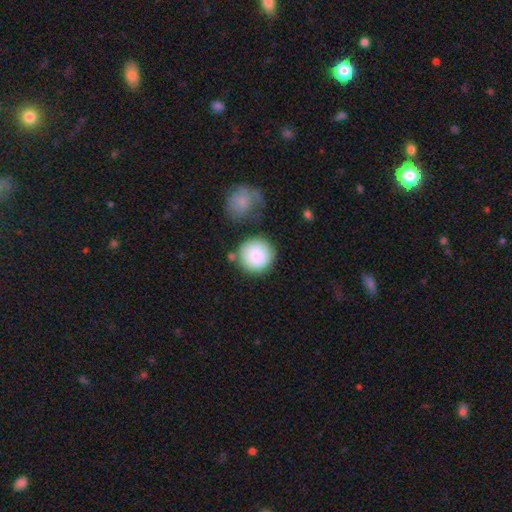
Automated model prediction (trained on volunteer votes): smooth-or-featured: smooth: 87% | featured or disk: 7% | star or artifact: 6%
  how-rounded: round: 94% | in between: 5% | cigar-shaped: 1%
  merging: none: 74% | minor disturbance: 13% | merger: 9% | major disturbance: 5%